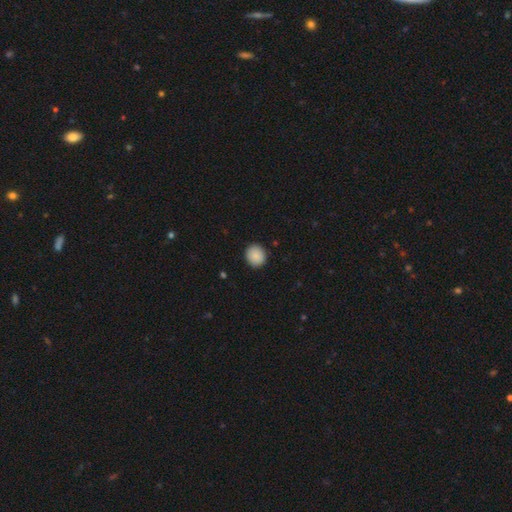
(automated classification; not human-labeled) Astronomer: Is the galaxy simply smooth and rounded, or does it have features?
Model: smooth — 89%.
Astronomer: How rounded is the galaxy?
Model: round — 86%.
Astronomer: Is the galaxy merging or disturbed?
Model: none — 90%.